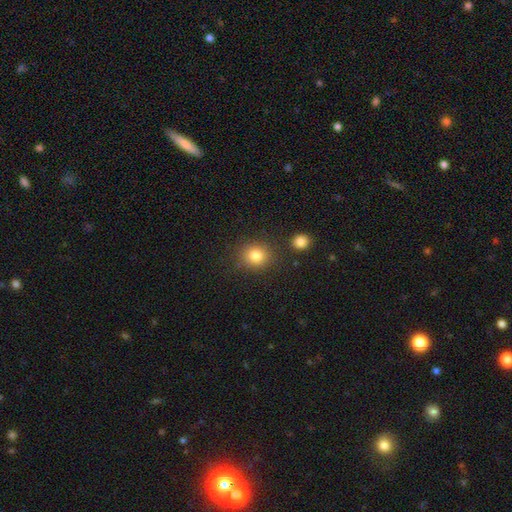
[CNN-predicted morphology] The model was most divided on "how rounded": round: 82%, in between: 17%, cigar-shaped: 1%. More confident: smooth or featured — smooth (83%); merging — none (82%).